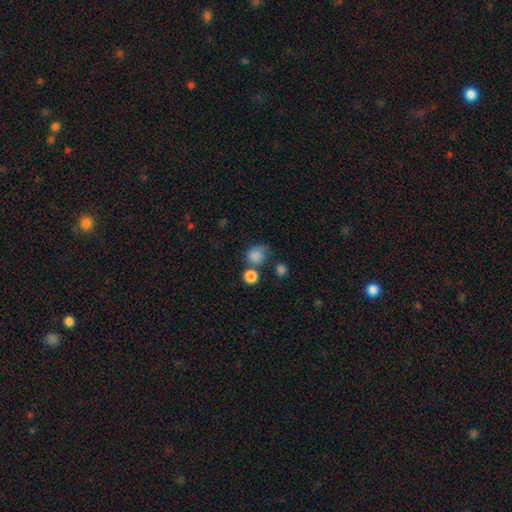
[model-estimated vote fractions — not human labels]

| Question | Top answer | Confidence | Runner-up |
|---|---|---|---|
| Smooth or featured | smooth | 82% | star or artifact (11%) |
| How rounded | round | 79% | in between (20%) |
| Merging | none | 50% | merger (23%) |